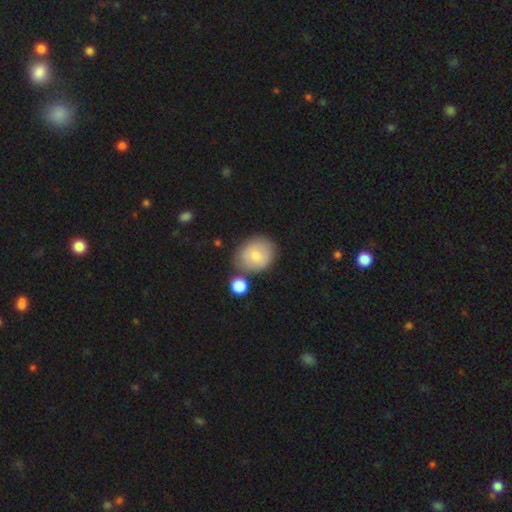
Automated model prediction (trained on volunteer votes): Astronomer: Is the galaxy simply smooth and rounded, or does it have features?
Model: smooth — 75%.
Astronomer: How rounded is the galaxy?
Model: round — 60% (runner-up: in between, 39%).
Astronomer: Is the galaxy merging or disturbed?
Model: none — 67%.